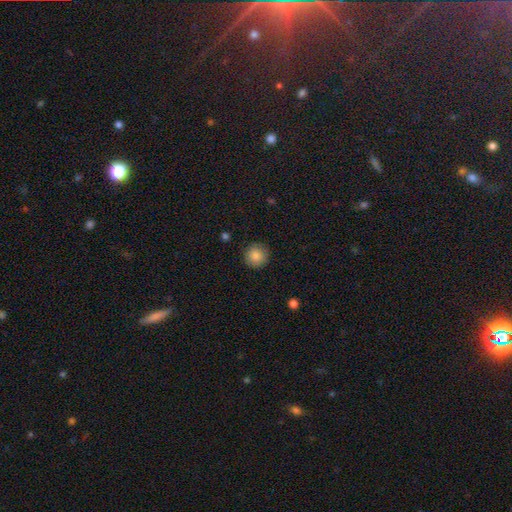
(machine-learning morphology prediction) Overall: smooth (86%). How rounded: round (95%). Merging: none (90%).